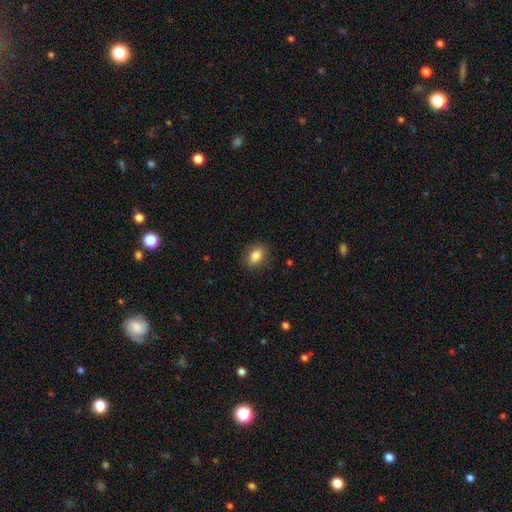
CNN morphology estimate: A smooth galaxy with no disk features (84%) that is in between round and cigar-shaped (79%). Merging: none (86%).